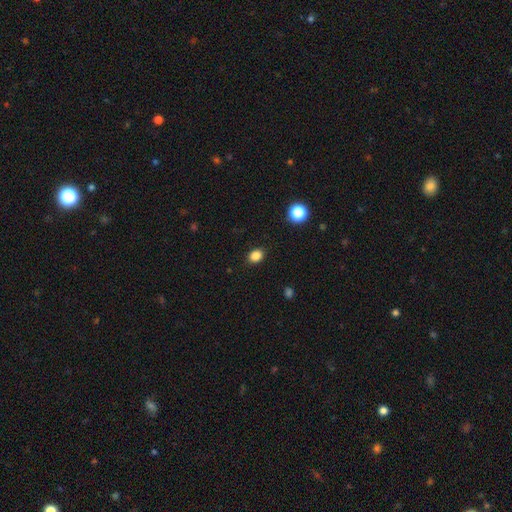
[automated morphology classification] Smooth or featured? Predicted: smooth (p=0.85). How rounded? Predicted: in between (p=0.60). Merging? Predicted: none (p=0.89).